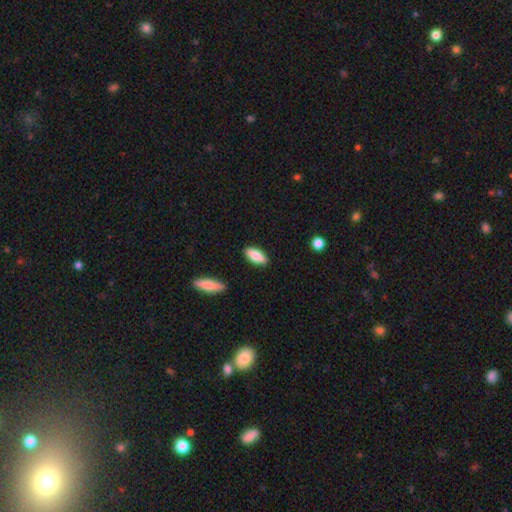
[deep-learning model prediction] Q: Smooth or featured?
A: smooth (83%); runner-up: featured or disk (11%)
Q: How rounded?
A: in between (78%); runner-up: cigar-shaped (20%)
Q: Merging?
A: none (88%); runner-up: minor disturbance (9%)